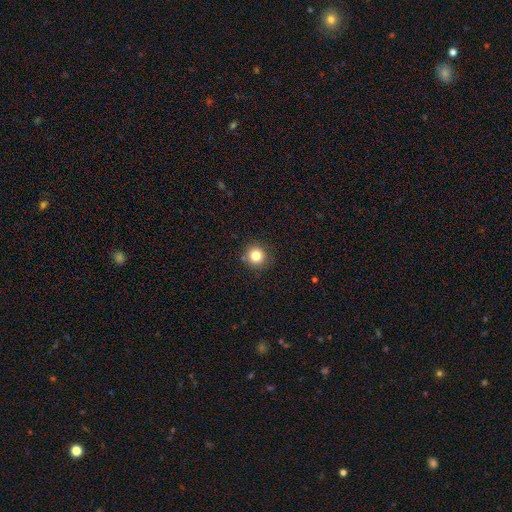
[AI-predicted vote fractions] Smooth or featured: smooth — 81% (star or artifact — 12%)
How rounded: round — 93% (in between — 6%)
Merging: none — 87% (minor disturbance — 8%)